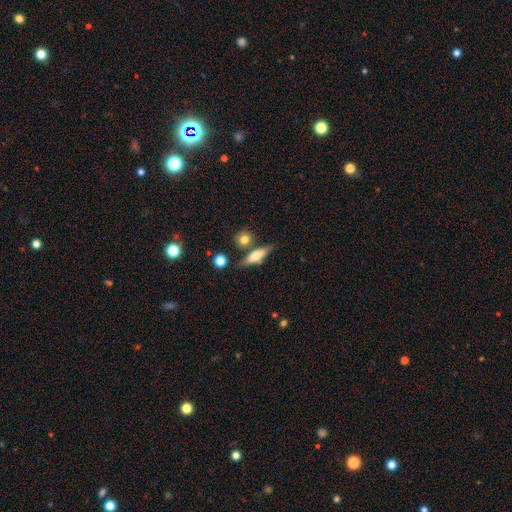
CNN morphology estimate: smooth 57%, featured or disk 36%, star or artifact 8%. Down the decision tree: how rounded — cigar-shaped (52%); merging — none (69%).